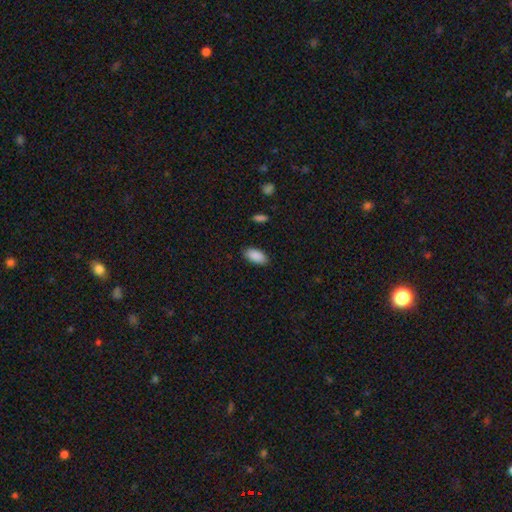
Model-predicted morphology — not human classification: A smooth galaxy with no disk features (90%) that is in between round and cigar-shaped (93%).

Vote fractions:
- Smooth or featured? smooth: 90% / star or artifact: 7% / featured or disk: 3%
- How rounded? in between: 93% / cigar-shaped: 5% / round: 2%
- Merging? none: 87% / minor disturbance: 10% / major disturbance: 2% / merger: 1%